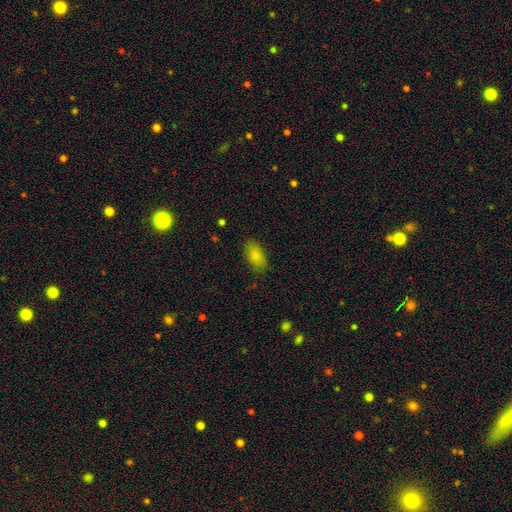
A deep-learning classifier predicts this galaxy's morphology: This appears to be a smooth galaxy with no disk features (84%) that is in between round and cigar-shaped (92%). Merging: none (79%).